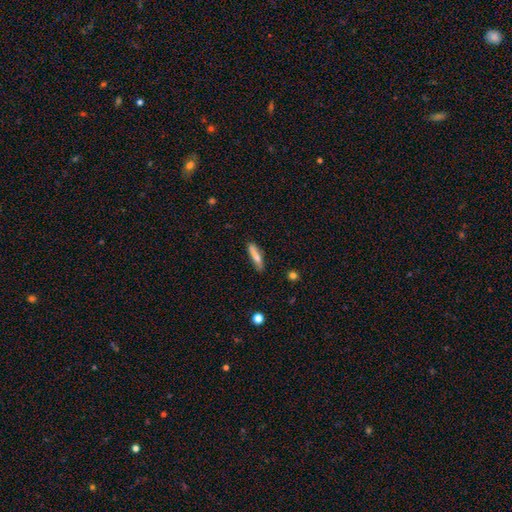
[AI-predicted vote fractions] Smooth or featured? smooth (74%)
How rounded? cigar-shaped (80%)
Merging? none (80%)